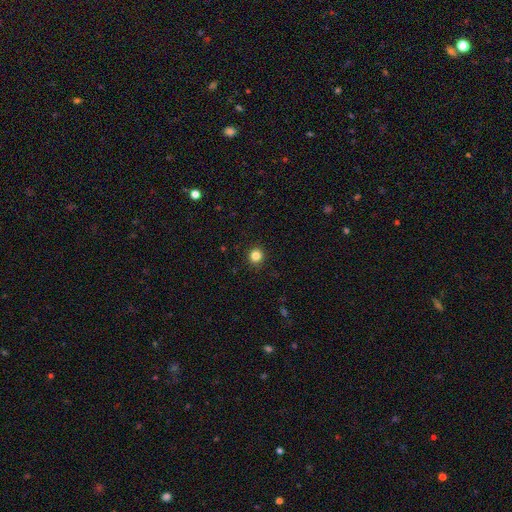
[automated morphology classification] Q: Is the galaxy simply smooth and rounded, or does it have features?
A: smooth — 84%.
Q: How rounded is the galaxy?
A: round — 94%.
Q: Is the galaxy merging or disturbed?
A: none — 92%.